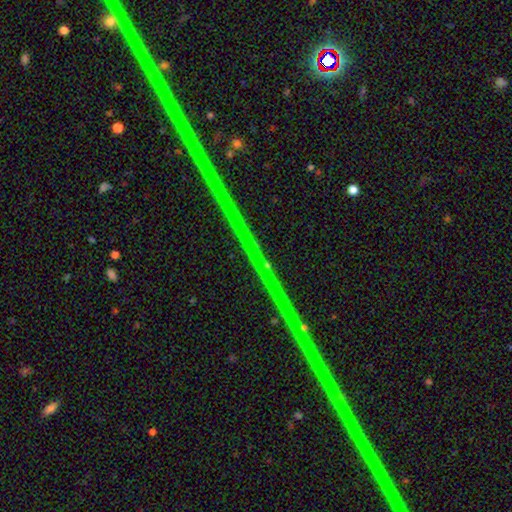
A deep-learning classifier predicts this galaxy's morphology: smooth-or-featured: star or artifact: 88% | featured or disk: 8% | smooth: 4%